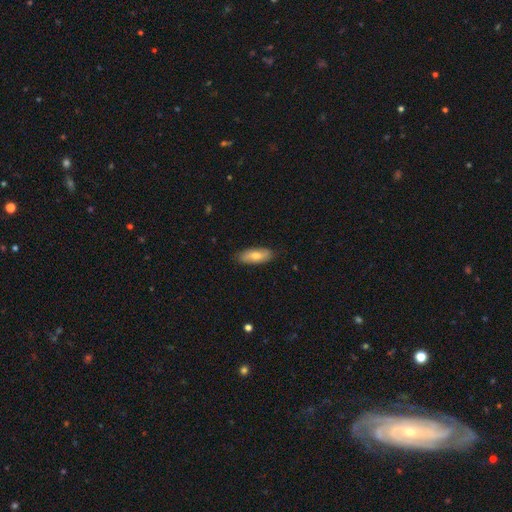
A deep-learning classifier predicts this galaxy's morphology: Overall: smooth (69%). How rounded: in between (73%). Merging: none (85%).